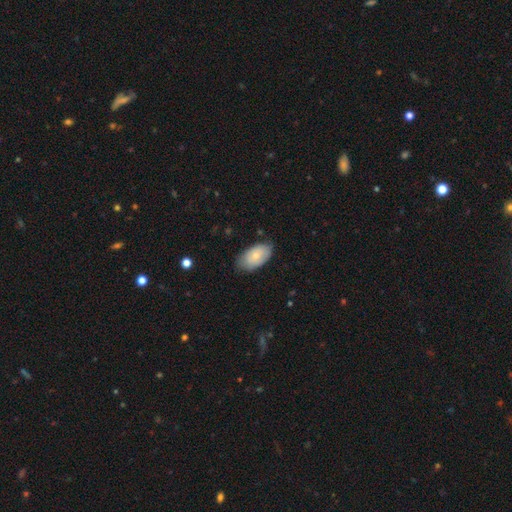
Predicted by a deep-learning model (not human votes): Q: Smooth or featured?
A: smooth (72%); runner-up: featured or disk (22%)
Q: How rounded?
A: in between (94%); runner-up: round (5%)
Q: Merging?
A: none (71%); runner-up: minor disturbance (24%)